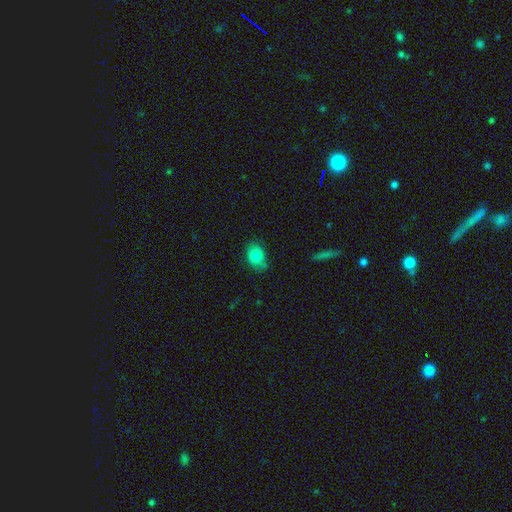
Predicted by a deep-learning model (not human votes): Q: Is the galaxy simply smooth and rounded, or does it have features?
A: smooth — 84%.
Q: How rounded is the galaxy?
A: in between — 66%.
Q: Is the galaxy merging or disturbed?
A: none — 73%.